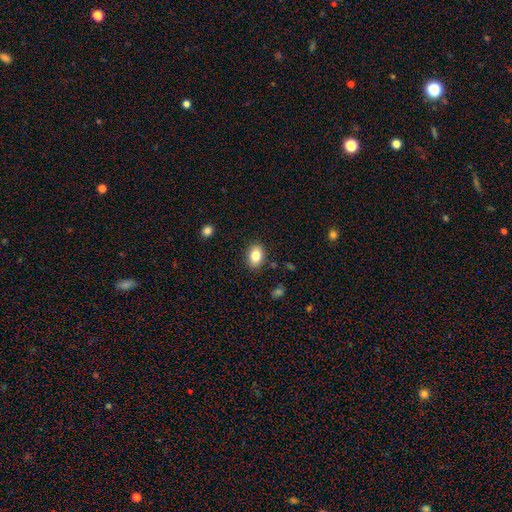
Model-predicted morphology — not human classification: Smooth or featured? smooth (84%)
How rounded? in between (82%)
Merging? none (87%)